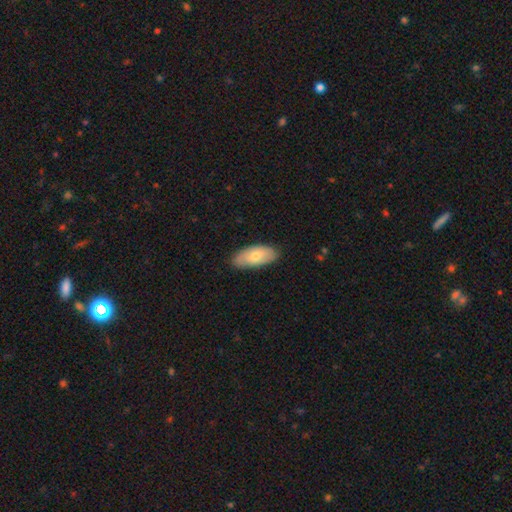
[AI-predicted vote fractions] Smooth or featured? Predicted: smooth (p=0.70). How rounded? Predicted: in between (p=0.90). Merging? Predicted: none (p=0.82).